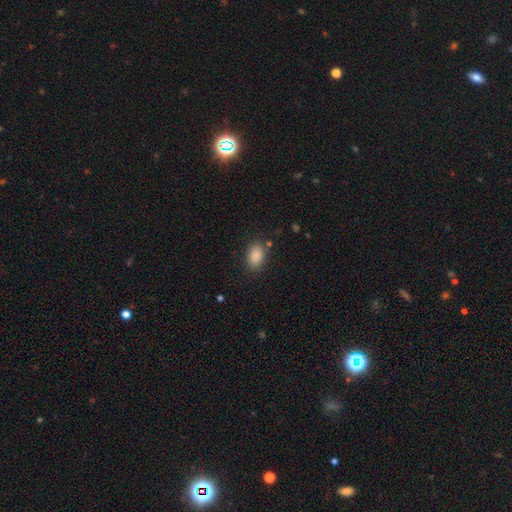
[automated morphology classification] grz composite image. It shows a smooth galaxy with no disk features (88%) that is in between round and cigar-shaped (87%). Merging: none (83%).